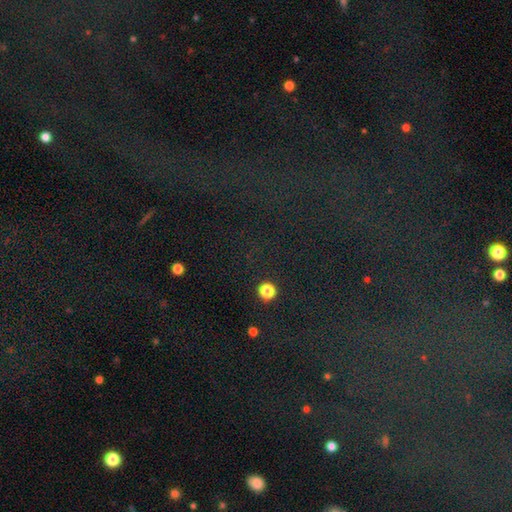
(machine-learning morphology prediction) This is likely a star or artifact rather than a galaxy (78%).